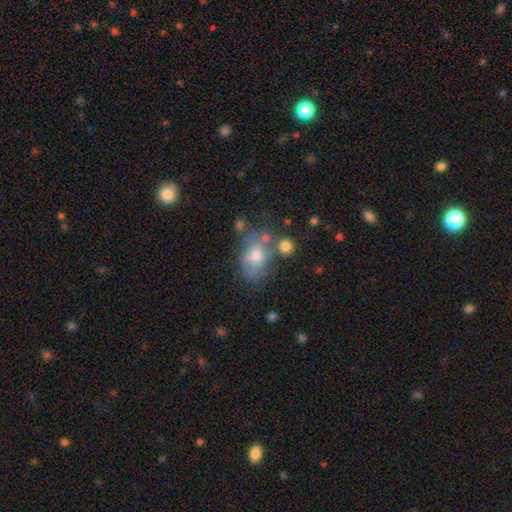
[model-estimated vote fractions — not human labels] Q: Smooth or featured?
A: smooth (63%); runner-up: featured or disk (24%)
Q: How rounded?
A: in between (71%); runner-up: round (27%)
Q: Merging?
A: none (48%); runner-up: minor disturbance (23%)